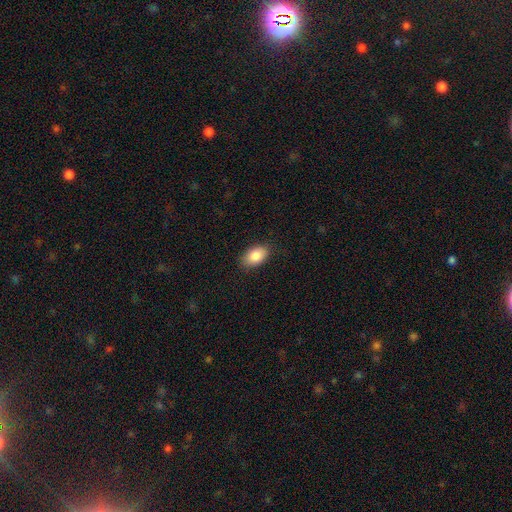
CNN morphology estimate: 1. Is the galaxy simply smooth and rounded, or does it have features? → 86% smooth, 7% star or artifact, 7% featured or disk.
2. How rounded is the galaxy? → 89% in between, 9% round, 1% cigar-shaped.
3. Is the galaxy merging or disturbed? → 85% none, 12% minor disturbance, 3% major disturbance, 1% merger.